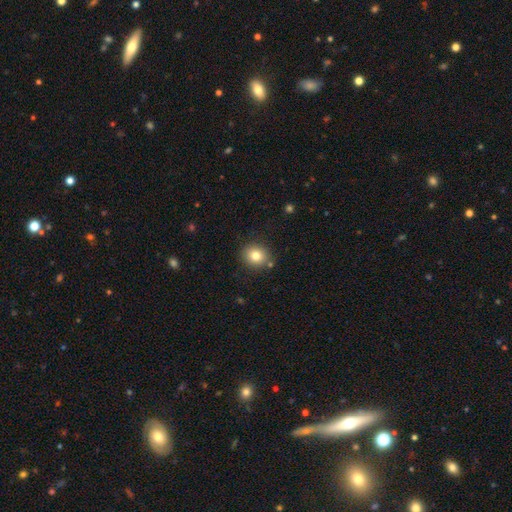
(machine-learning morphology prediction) smooth 80%, star or artifact 11%, featured or disk 8%. Down the decision tree: how rounded — round (79%); merging — none (86%).